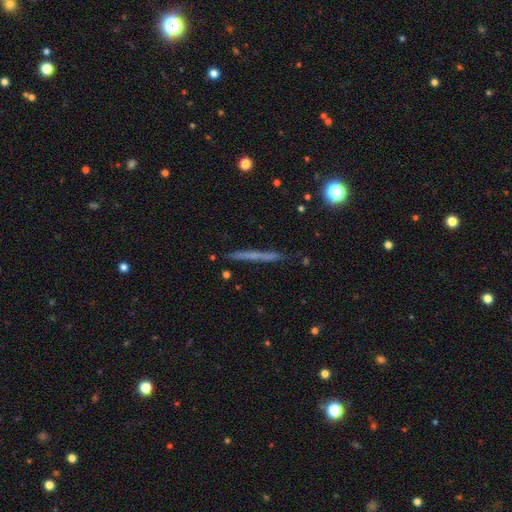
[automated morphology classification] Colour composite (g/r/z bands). It shows a smooth galaxy with no disk features (47%). Merging: none (89%).